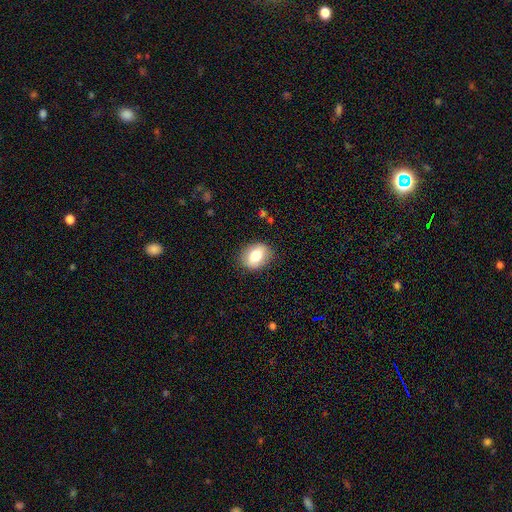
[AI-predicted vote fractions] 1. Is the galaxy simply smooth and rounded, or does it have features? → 75% smooth, 17% featured or disk, 8% star or artifact.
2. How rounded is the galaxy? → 63% in between, 36% round, 1% cigar-shaped.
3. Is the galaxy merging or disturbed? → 84% none, 12% minor disturbance, 3% major disturbance, 1% merger.